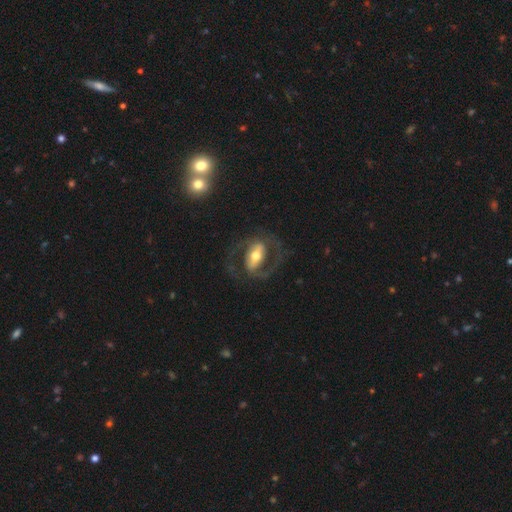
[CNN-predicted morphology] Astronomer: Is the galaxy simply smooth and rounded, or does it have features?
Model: featured or disk — 80%.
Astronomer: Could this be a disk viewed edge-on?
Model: no — 94%.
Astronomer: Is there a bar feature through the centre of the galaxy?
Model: strong — 55%.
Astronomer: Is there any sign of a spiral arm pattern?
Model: yes — 79%.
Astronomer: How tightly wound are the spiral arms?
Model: medium — 54%.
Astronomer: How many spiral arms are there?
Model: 2 — 88%.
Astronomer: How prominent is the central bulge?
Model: moderate — 68%.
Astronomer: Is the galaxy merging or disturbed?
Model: none — 69%.